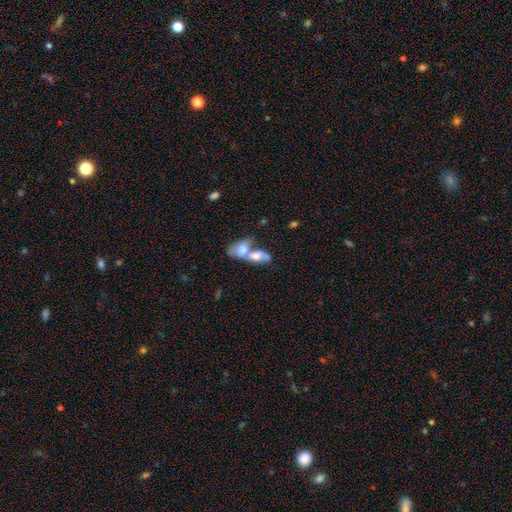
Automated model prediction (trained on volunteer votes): This appears to be a smooth galaxy with no disk features (57%) that is in between round and cigar-shaped (83%). Merging: merger (79%).